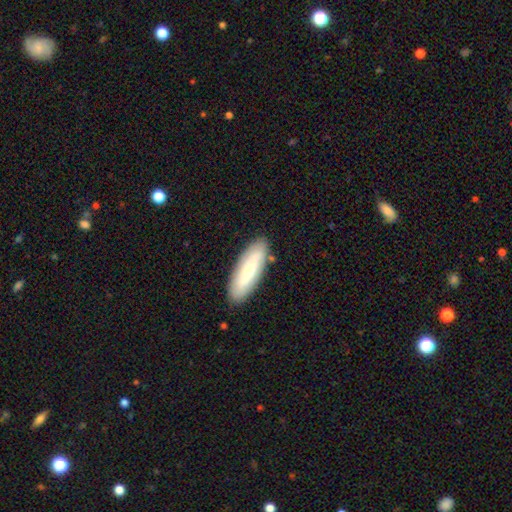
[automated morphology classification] This is likely a smooth galaxy (61%). How rounded: possibly in between (56%). Merging: clearly none (83%).